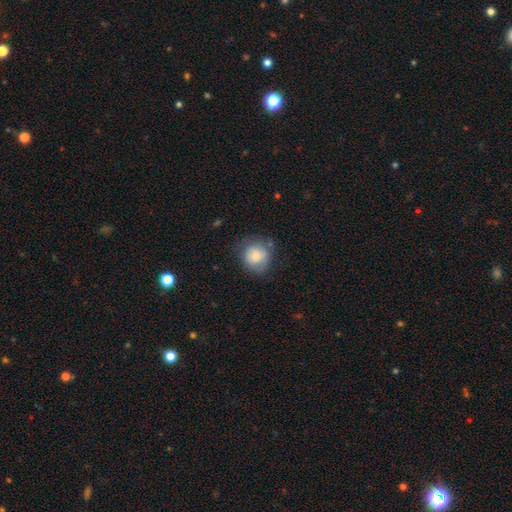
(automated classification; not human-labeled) Morphology: type=smooth (78%); roundness=round (84%); merging=none (66%).